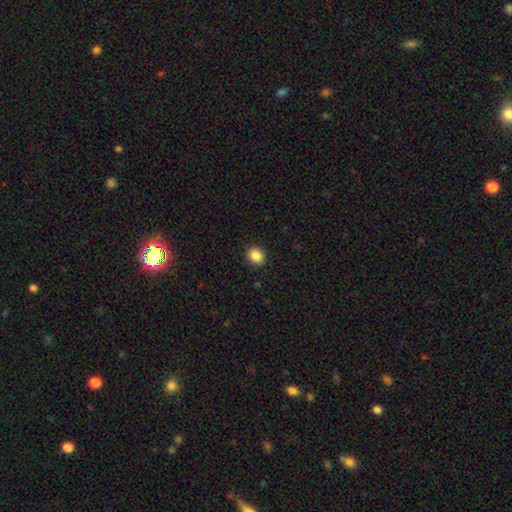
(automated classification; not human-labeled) Smooth or featured? smooth (87%)
How rounded? round (79%)
Merging? none (91%)